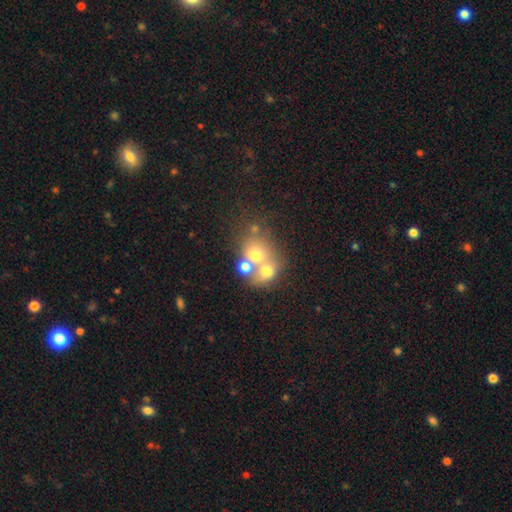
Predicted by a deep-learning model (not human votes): This is possibly a smooth galaxy (57%). How rounded: likely round (66%). Merging: possibly merger (57%).